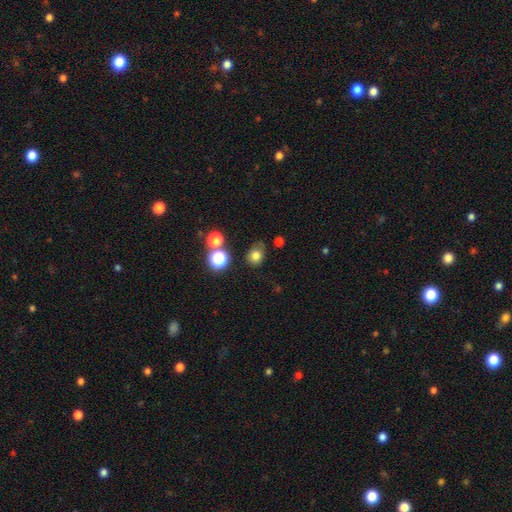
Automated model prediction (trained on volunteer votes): A smooth galaxy with no disk features (77%) that is round (67%). Merging: none (68%).